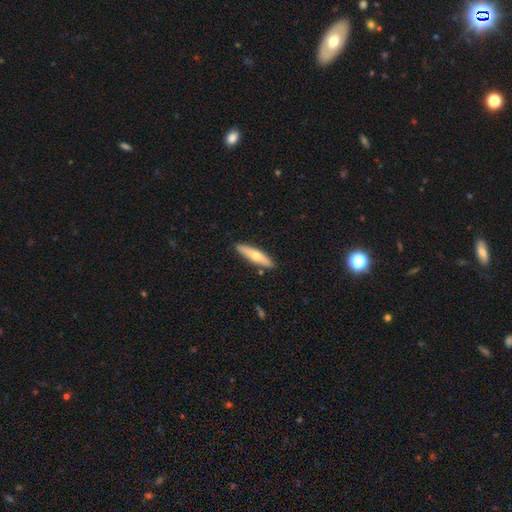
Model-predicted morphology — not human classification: smooth_or_featured: smooth (p=0.56) [alt: featured or disk p=0.39]
how_rounded: cigar-shaped (p=0.76) [alt: in between p=0.23]
merging: none (p=0.88) [alt: minor disturbance p=0.08]